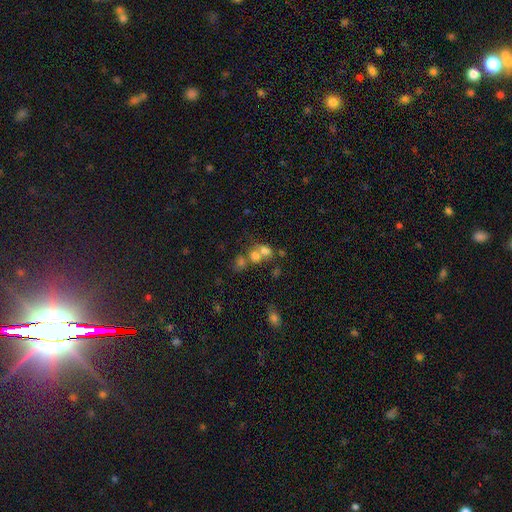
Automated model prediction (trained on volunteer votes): Q: Smooth or featured?
A: smooth (68%); runner-up: star or artifact (16%)
Q: How rounded?
A: round (66%); runner-up: in between (33%)
Q: Merging?
A: merger (59%); runner-up: none (31%)